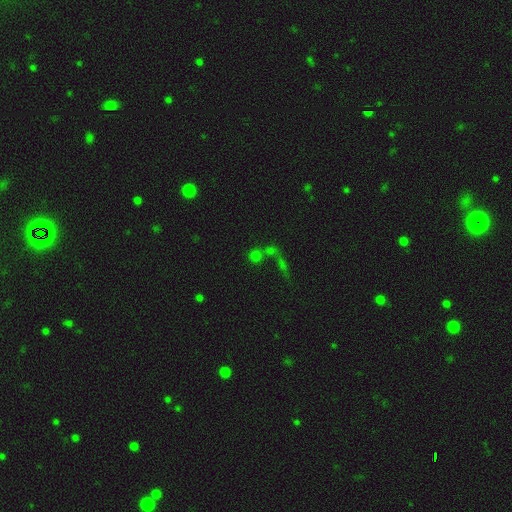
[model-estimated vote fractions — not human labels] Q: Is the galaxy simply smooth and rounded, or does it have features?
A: smooth — 58%.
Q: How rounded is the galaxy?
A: round — 82%.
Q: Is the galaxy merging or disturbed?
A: merger — 48%.